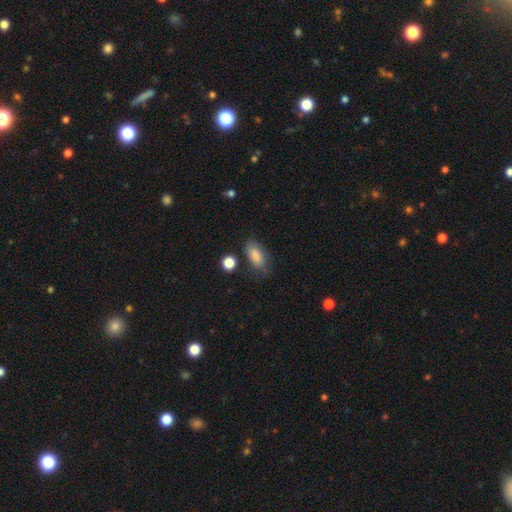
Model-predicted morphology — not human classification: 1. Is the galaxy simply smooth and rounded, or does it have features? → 83% smooth, 9% featured or disk, 7% star or artifact.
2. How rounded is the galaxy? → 86% in between, 10% cigar-shaped, 4% round.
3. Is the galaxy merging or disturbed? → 68% none, 22% minor disturbance, 6% major disturbance, 4% merger.